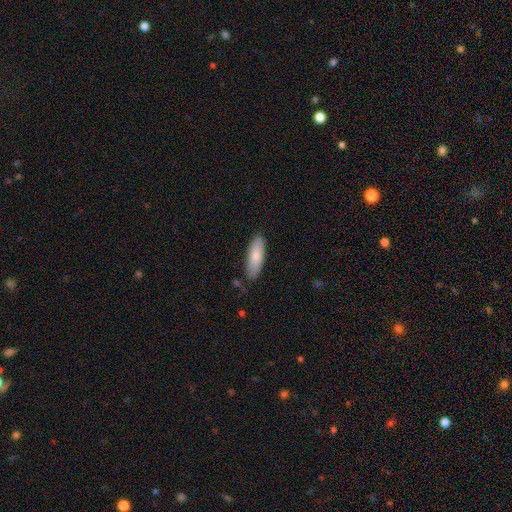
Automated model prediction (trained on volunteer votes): Smooth or featured? smooth (79%)
How rounded? in between (61%)
Merging? none (81%)